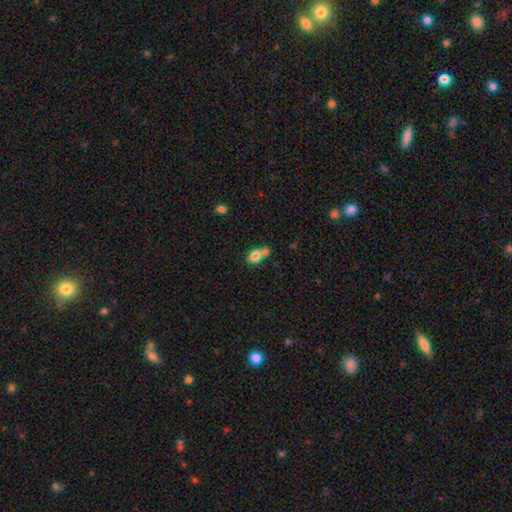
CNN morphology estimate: The model was most divided on "how rounded": in between: 57%, round: 41%, cigar-shaped: 2%. More confident: smooth or featured — smooth (80%); merging — merger (52%).